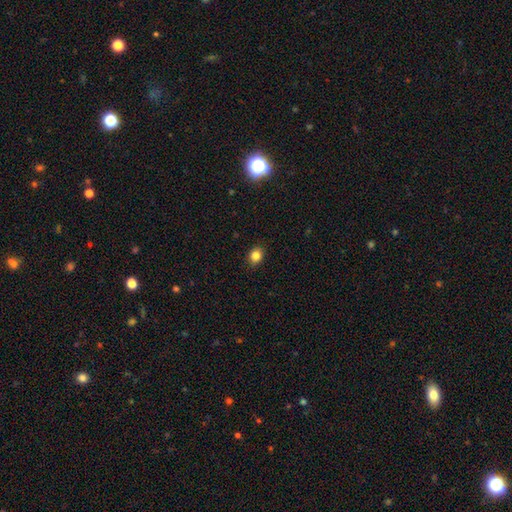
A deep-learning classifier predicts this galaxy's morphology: type=smooth (83%); roundness=round (58%); merging=none (87%).